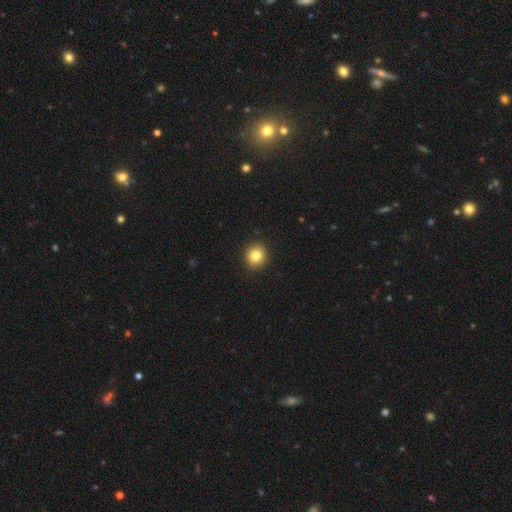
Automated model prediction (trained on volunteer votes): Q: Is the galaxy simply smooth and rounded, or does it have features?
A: smooth — 82%.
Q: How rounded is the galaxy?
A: round — 87%.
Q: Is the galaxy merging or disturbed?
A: none — 92%.